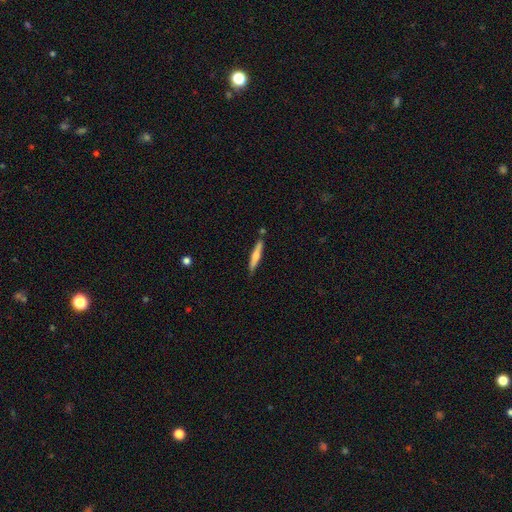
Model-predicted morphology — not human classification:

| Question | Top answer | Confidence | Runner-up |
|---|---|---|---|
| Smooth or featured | smooth | 58% | featured or disk (37%) |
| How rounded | cigar-shaped | 93% | in between (6%) |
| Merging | none | 83% | minor disturbance (11%) |